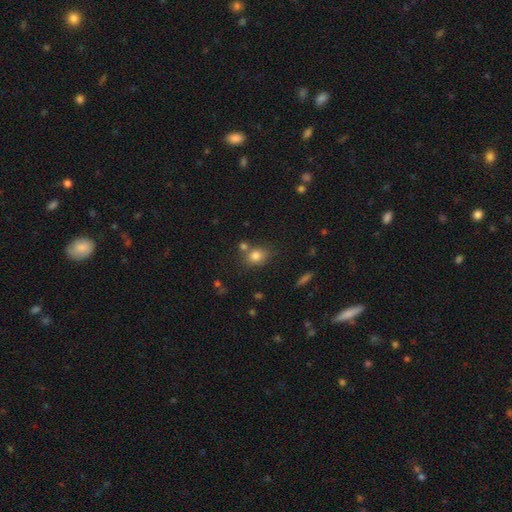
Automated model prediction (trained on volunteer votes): A smooth galaxy with no disk features (80%) that is in between round and cigar-shaped (51%).

Vote fractions:
- Smooth or featured? smooth: 80% / star or artifact: 11% / featured or disk: 9%
- How rounded? in between: 51% / round: 48% / cigar-shaped: 1%
- Merging? none: 64% / merger: 18% / minor disturbance: 14% / major disturbance: 4%